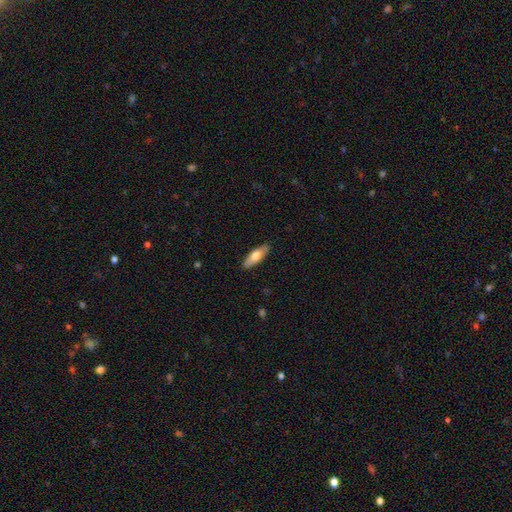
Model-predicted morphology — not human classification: Overall: smooth (66%; featured or disk 29%). How rounded: in between (59%; cigar-shaped 39%). Merging: none (88%).